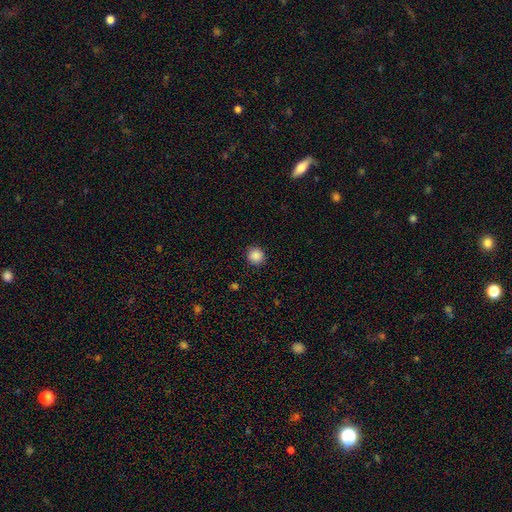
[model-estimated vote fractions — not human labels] A smooth galaxy with no disk features (87%) that is round (92%). Merging: none (90%).